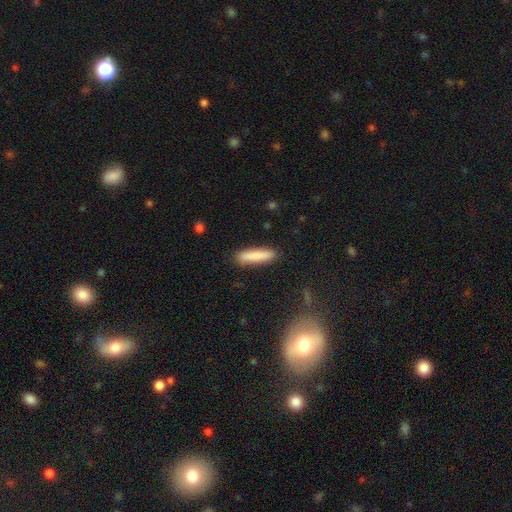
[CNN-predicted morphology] smooth-or-featured: smooth: 83% | featured or disk: 11% | star or artifact: 6%
  how-rounded: cigar-shaped: 85% | in between: 14% | round: 1%
  merging: none: 88% | minor disturbance: 8% | major disturbance: 2% | merger: 1%